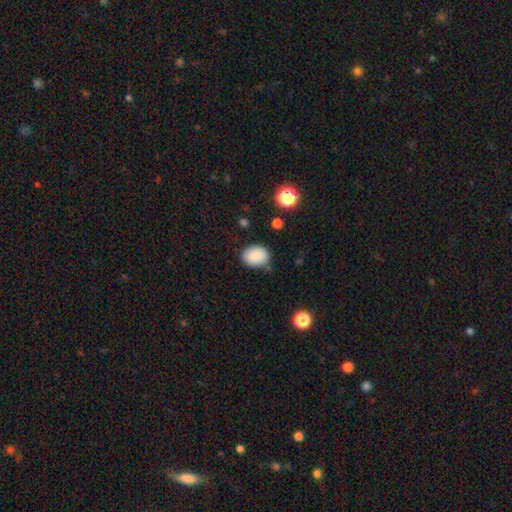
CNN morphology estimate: Smooth or featured? Predicted: smooth (p=0.87). How rounded? Predicted: in between (p=0.63). Merging? Predicted: none (p=0.75).